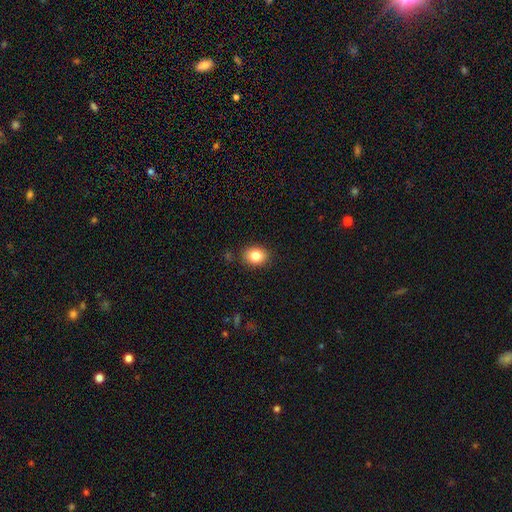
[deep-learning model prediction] smooth 83%, star or artifact 9%, featured or disk 7%. Down the decision tree: how rounded — in between (59%); merging — none (87%).